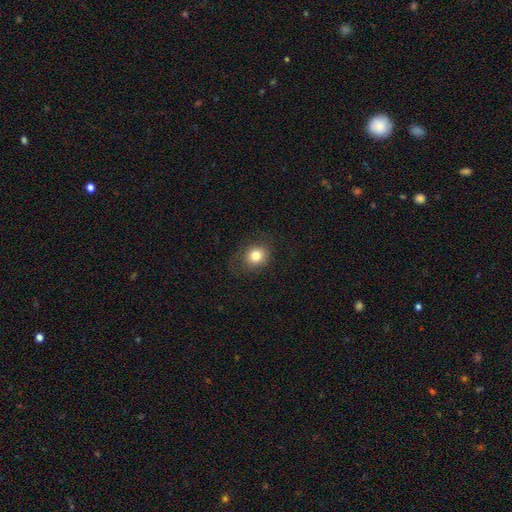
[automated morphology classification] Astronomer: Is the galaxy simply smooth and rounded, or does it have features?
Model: smooth — 80%.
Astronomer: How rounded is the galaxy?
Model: round — 74%.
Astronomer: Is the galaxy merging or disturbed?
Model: none — 77%.